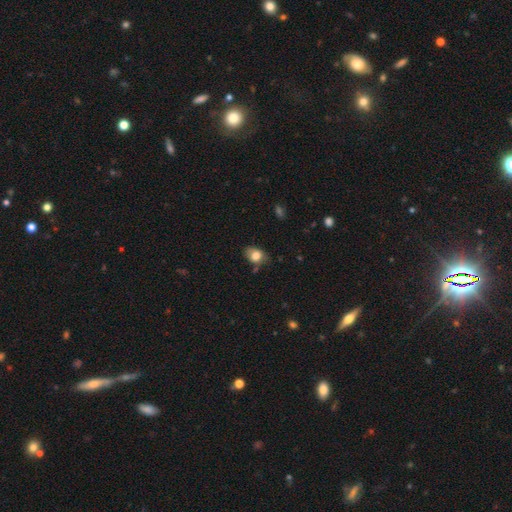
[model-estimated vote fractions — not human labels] Overall: smooth (79%). How rounded: in between (75%). Merging: none (60%; minor disturbance 29%).